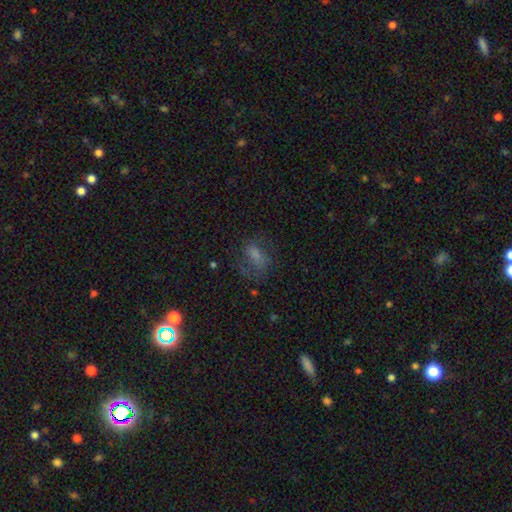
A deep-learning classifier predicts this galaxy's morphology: A smooth galaxy with no disk features (56%) that is in between round and cigar-shaped (79%).

Vote fractions:
- Smooth or featured? smooth: 56% / featured or disk: 27% / star or artifact: 17%
- How rounded? in between: 79% / round: 13% / cigar-shaped: 8%
- Merging? none: 50% / major disturbance: 25% / minor disturbance: 22% / merger: 3%